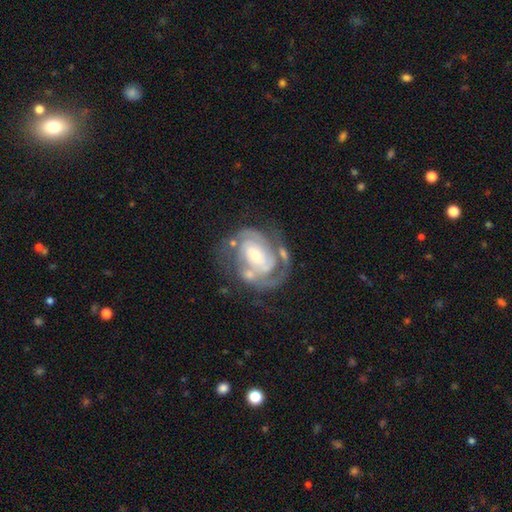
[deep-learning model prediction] The model was most divided on "bar": no: 46%, weak: 36%, strong: 19%. More confident: edge-on disk — no (97%); spiral arms — yes (96%); smooth or featured — featured or disk (89%); spiral arm count — 2 (65%); spiral winding — tight (61%); merging — none (60%); bulge size — small (54%).